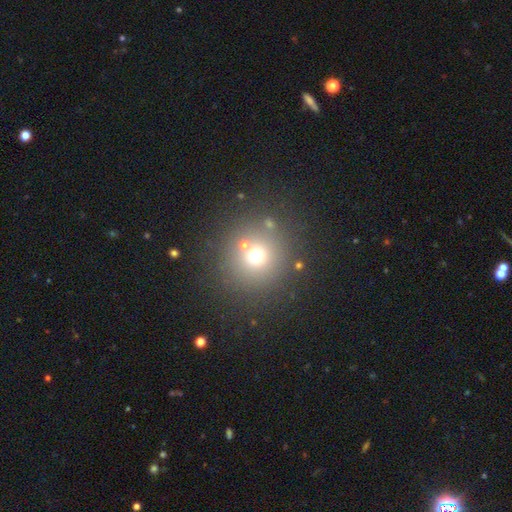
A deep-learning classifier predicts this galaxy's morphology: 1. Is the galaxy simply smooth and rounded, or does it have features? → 67% smooth, 21% star or artifact, 12% featured or disk.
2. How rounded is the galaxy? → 94% round, 5% in between, 1% cigar-shaped.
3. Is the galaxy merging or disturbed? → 79% none, 8% merger, 8% minor disturbance, 4% major disturbance.